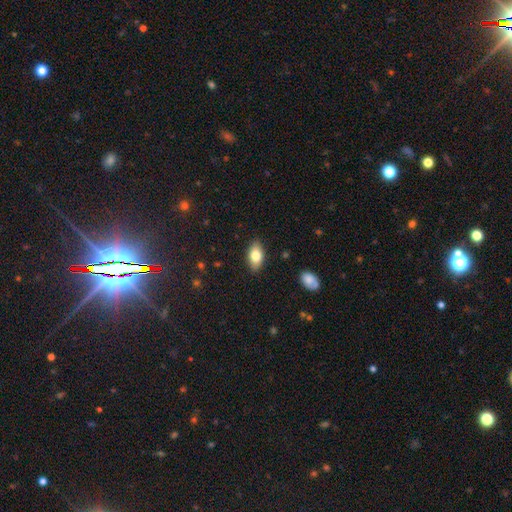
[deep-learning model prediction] smooth_or_featured: smooth (p=0.78) [alt: featured or disk p=0.15]
how_rounded: in between (p=0.91) [alt: round p=0.05]
merging: none (p=0.87) [alt: minor disturbance p=0.10]